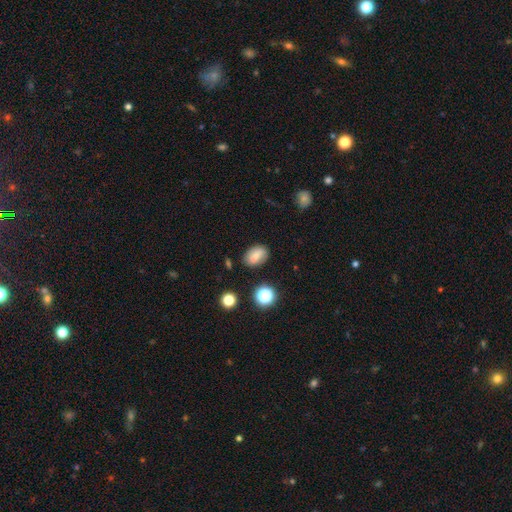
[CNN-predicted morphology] Smooth or featured? Predicted: smooth (p=0.70). How rounded? Predicted: in between (p=0.81). Merging? Predicted: none (p=0.79).